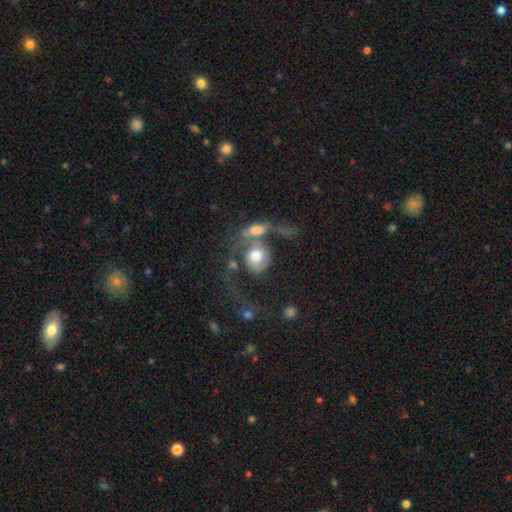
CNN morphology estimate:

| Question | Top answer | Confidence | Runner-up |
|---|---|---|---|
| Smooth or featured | smooth | 49% | featured or disk (43%) |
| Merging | merger | 53% | major disturbance (19%) |